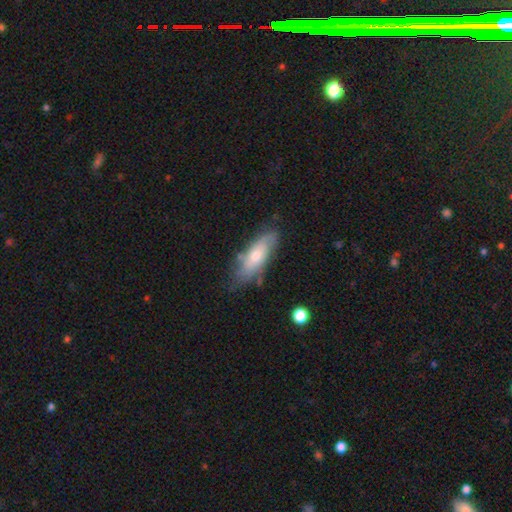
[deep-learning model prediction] Smooth or featured: featured or disk — 49% (smooth — 44%)
Merging: none — 66% (minor disturbance — 24%)